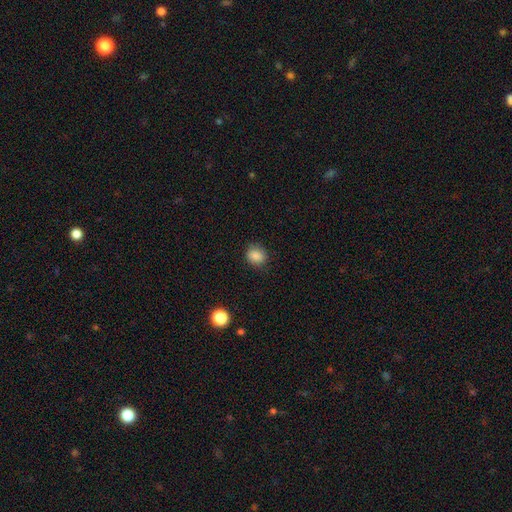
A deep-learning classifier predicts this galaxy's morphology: type=smooth (86%); roundness=round (60%); merging=none (84%).